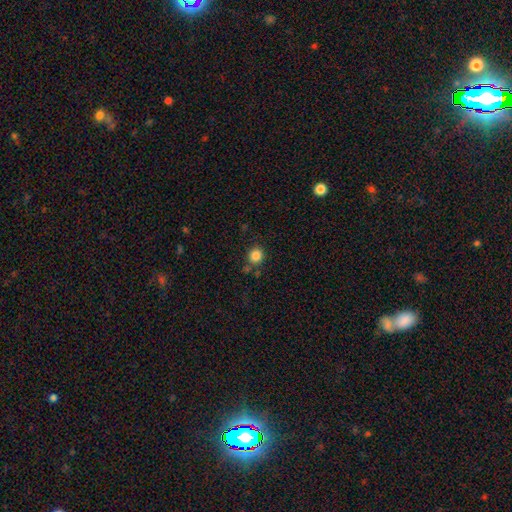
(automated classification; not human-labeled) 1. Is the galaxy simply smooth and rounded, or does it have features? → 85% smooth, 11% star or artifact, 4% featured or disk.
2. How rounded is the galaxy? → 89% round, 11% in between, 1% cigar-shaped.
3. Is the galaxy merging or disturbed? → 79% none, 10% minor disturbance, 7% merger, 3% major disturbance.